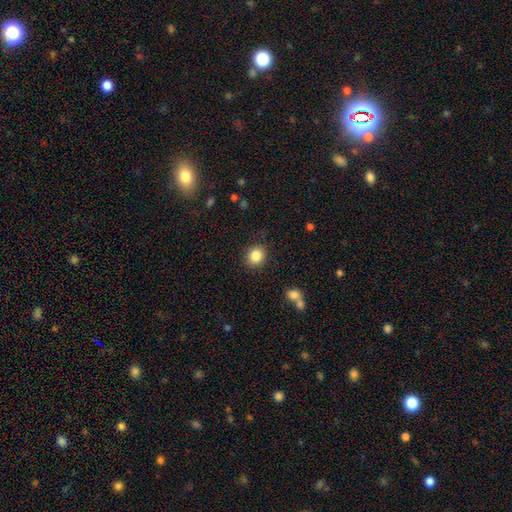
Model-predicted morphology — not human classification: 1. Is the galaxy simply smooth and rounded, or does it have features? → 85% smooth, 9% star or artifact, 6% featured or disk.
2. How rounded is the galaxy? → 69% round, 30% in between, 1% cigar-shaped.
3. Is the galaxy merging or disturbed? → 86% none, 9% minor disturbance, 3% major disturbance, 2% merger.